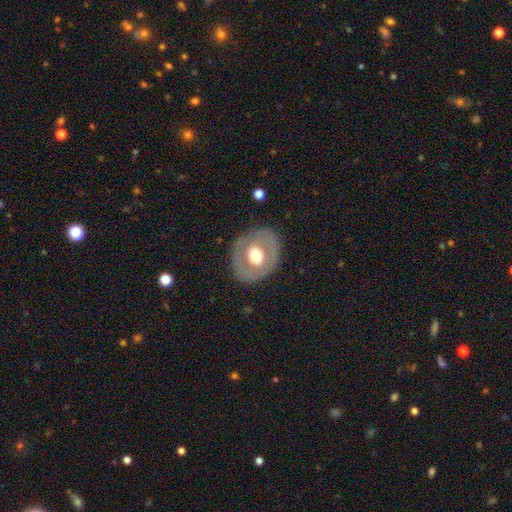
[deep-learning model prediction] smooth-or-featured: featured or disk: 49% | smooth: 44% | star or artifact: 6%
  merging: none: 81% | minor disturbance: 12% | major disturbance: 6% | merger: 1%